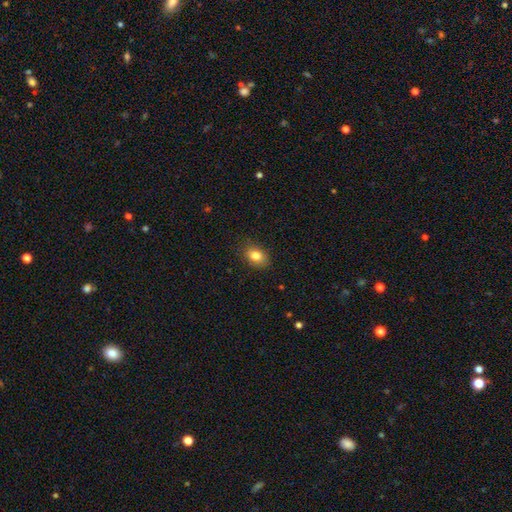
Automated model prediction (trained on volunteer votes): Smooth or featured? smooth (83%)
How rounded? in between (75%)
Merging? none (86%)